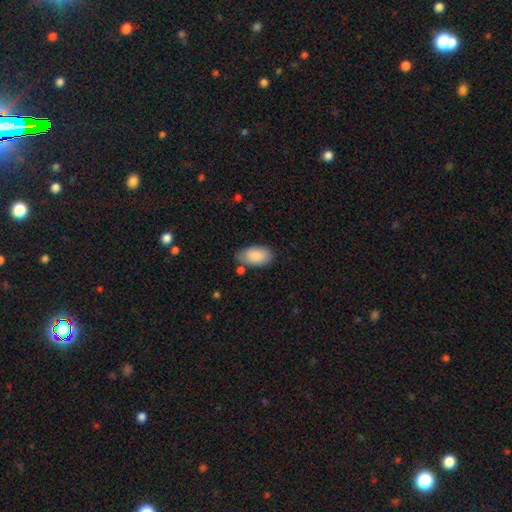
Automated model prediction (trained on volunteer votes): The model was most divided on "merging": none: 70%, minor disturbance: 20%, merger: 6%, major disturbance: 4%. More confident: how rounded — in between (94%); smooth or featured — smooth (88%).